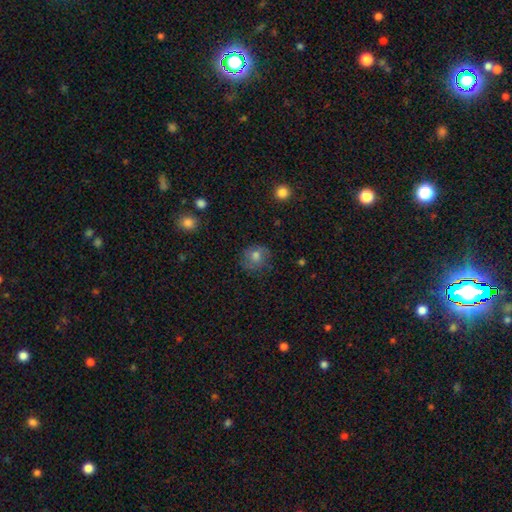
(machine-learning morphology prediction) This is likely a smooth galaxy (70%). How rounded: likely round (78%). Merging: likely none (75%).